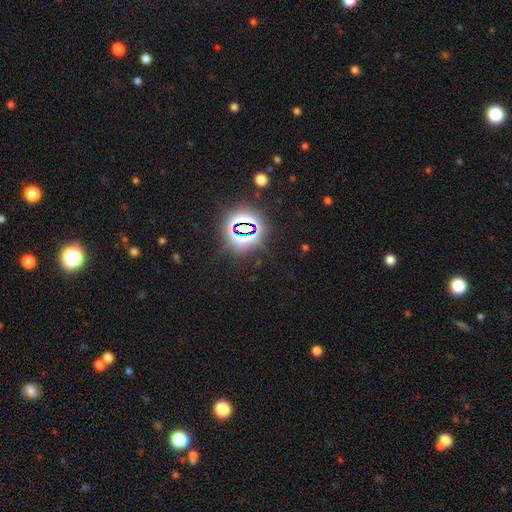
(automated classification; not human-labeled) Smooth or featured? star or artifact (81%)